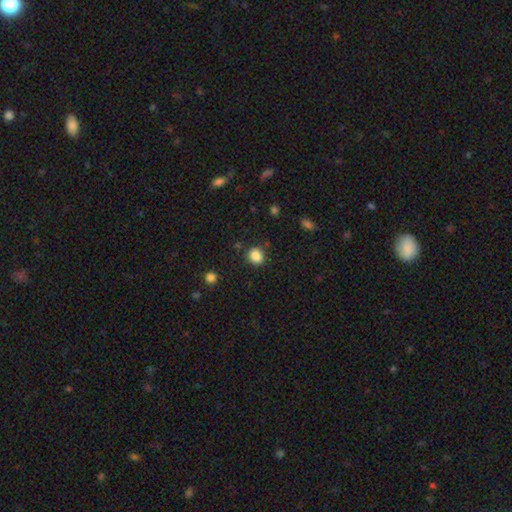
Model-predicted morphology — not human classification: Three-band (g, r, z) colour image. It shows a smooth galaxy with no disk features (86%) that is round (68%). Merging: none (83%).